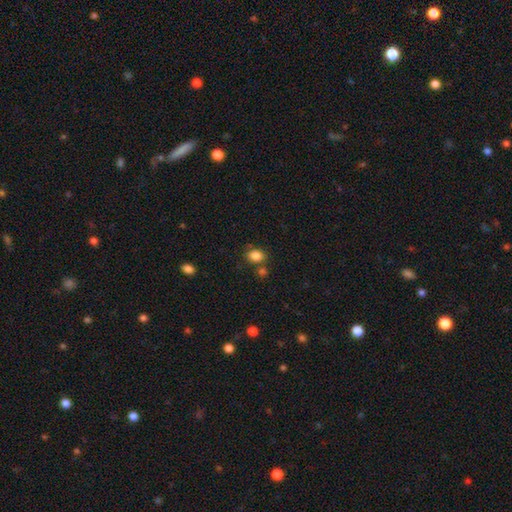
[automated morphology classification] A smooth galaxy with no disk features (84%) that is in between round and cigar-shaped (51%). Merging: none (71%).